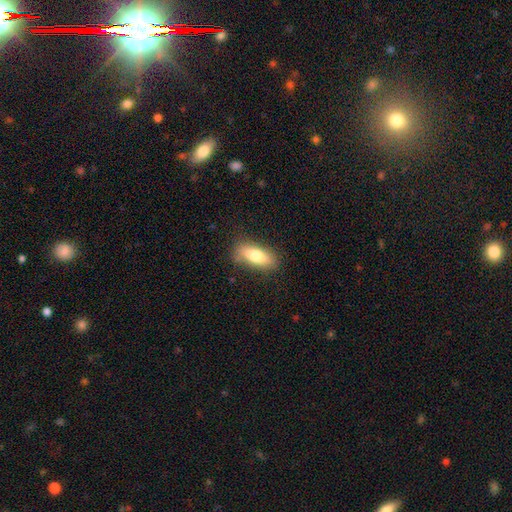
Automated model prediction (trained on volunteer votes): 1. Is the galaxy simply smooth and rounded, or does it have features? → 75% smooth, 18% featured or disk, 7% star or artifact.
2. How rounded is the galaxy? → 73% in between, 23% cigar-shaped, 3% round.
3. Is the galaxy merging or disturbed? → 81% none, 14% minor disturbance, 3% major disturbance, 1% merger.